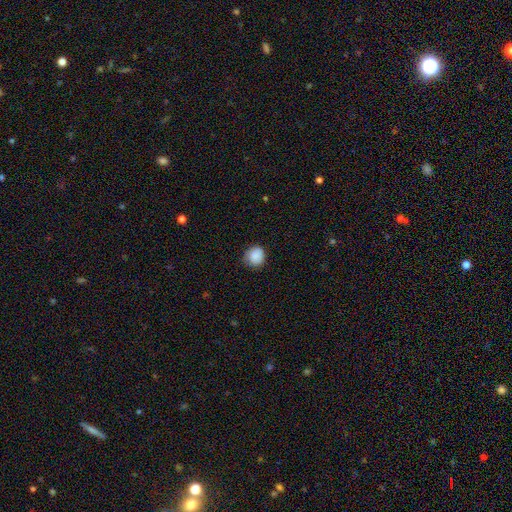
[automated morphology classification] Smooth or featured? smooth (87%)
How rounded? round (86%)
Merging? none (76%)